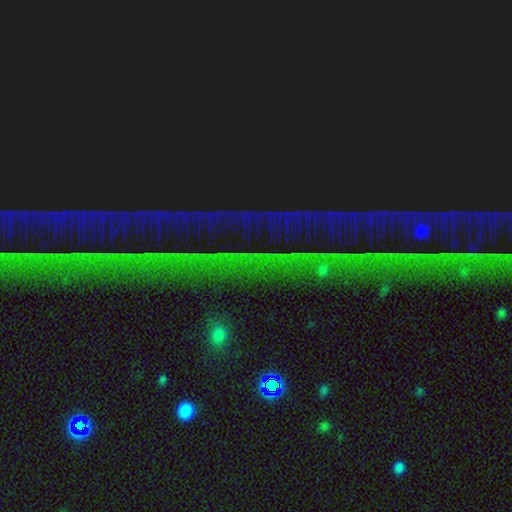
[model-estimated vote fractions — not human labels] smooth_or_featured: star or artifact (p=0.87) [alt: featured or disk p=0.07]